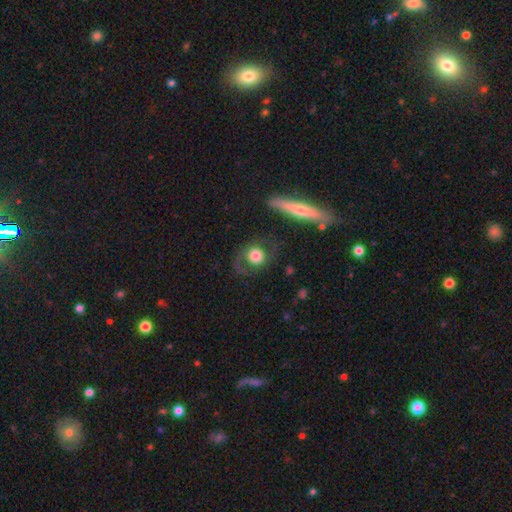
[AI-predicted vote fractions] Smooth or featured?
  - smooth: 49% *
  - featured or disk: 44%
  - star or artifact: 7%
Merging?
  - none: 62% *
  - major disturbance: 18%
  - minor disturbance: 17%
  - merger: 3%